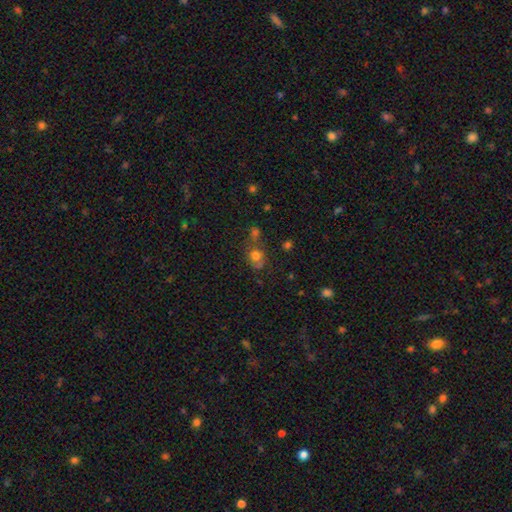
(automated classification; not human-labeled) smooth_or_featured: smooth (p=0.70) [alt: star or artifact p=0.17]
how_rounded: round (p=0.71) [alt: in between p=0.27]
merging: none (p=0.46) [alt: merger p=0.30]